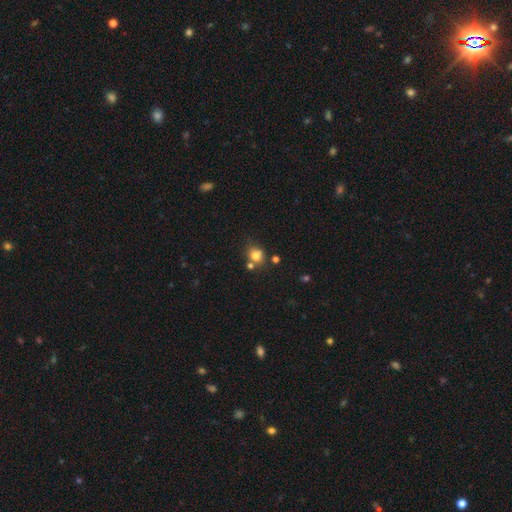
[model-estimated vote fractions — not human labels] Smooth or featured?
  - smooth: 77% *
  - star or artifact: 13%
  - featured or disk: 10%
How rounded?
  - round: 67% *
  - in between: 31%
  - cigar-shaped: 1%
Merging?
  - none: 56% *
  - merger: 21%
  - minor disturbance: 18%
  - major disturbance: 6%